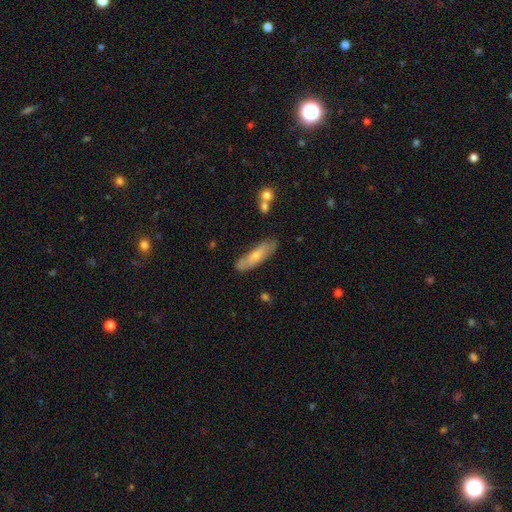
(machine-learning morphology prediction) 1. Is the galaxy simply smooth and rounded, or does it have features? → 52% smooth, 41% featured or disk, 7% star or artifact.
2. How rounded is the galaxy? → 65% cigar-shaped, 33% in between, 2% round.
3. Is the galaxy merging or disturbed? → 77% none, 16% minor disturbance, 3% major disturbance, 3% merger.